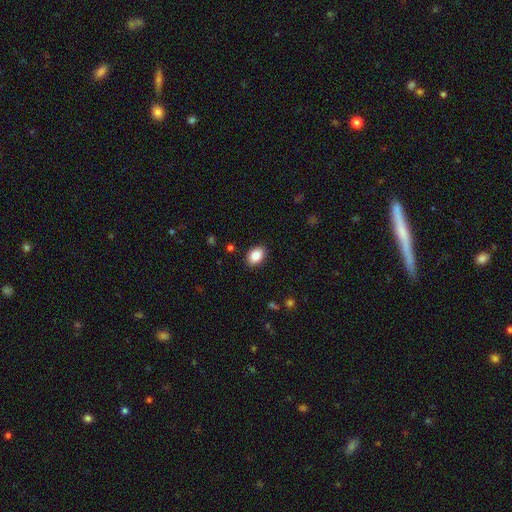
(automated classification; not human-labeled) smooth_or_featured: smooth (p=0.88) [alt: star or artifact p=0.08]
how_rounded: in between (p=0.83) [alt: round p=0.16]
merging: none (p=0.89) [alt: minor disturbance p=0.08]